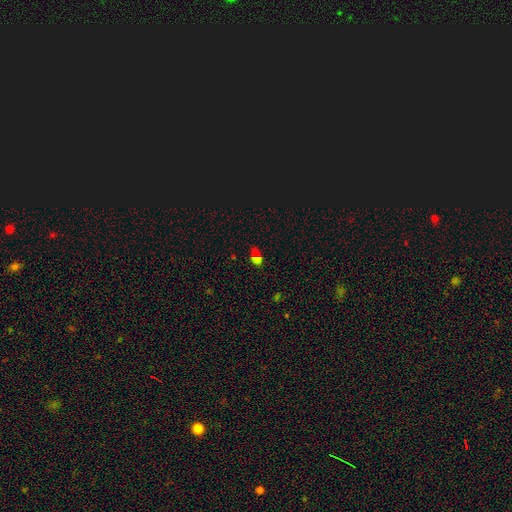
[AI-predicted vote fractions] smooth-or-featured: smooth: 52% | star or artifact: 38% | featured or disk: 10%
  how-rounded: in between: 61% | round: 32% | cigar-shaped: 8%
  merging: none: 48% | minor disturbance: 22% | merger: 16% | major disturbance: 15%